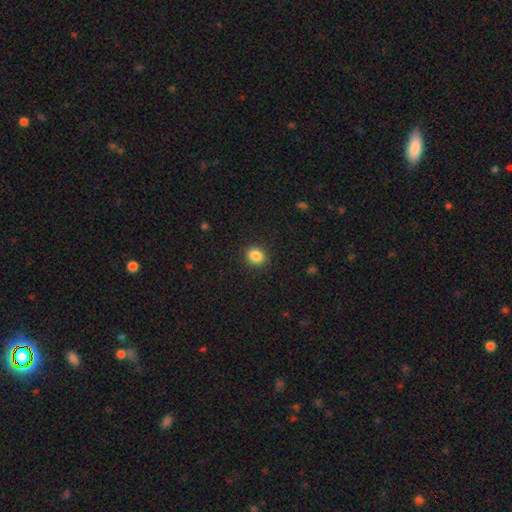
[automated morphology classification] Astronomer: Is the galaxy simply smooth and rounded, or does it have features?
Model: smooth — 86%.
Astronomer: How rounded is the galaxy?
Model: round — 68%.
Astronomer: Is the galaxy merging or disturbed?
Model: none — 90%.